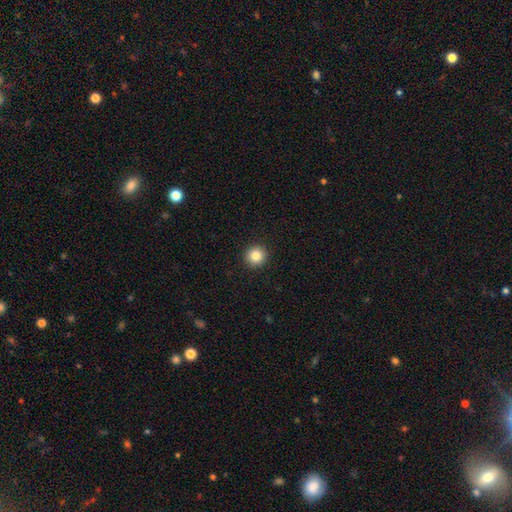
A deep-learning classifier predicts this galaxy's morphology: smooth-or-featured: smooth: 85% | star or artifact: 10% | featured or disk: 5%
  how-rounded: round: 95% | in between: 4% | cigar-shaped: 1%
  merging: none: 93% | minor disturbance: 4% | major disturbance: 1% | merger: 1%